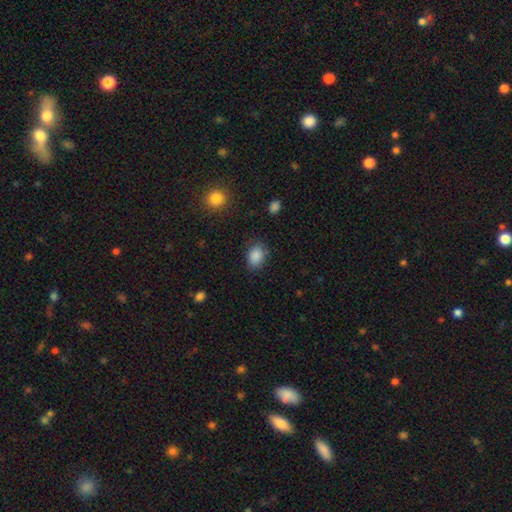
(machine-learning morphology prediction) Smooth or featured?
  - smooth: 87% *
  - star or artifact: 9%
  - featured or disk: 4%
How rounded?
  - in between: 74% *
  - round: 25%
  - cigar-shaped: 1%
Merging?
  - none: 79% *
  - minor disturbance: 15%
  - major disturbance: 4%
  - merger: 2%